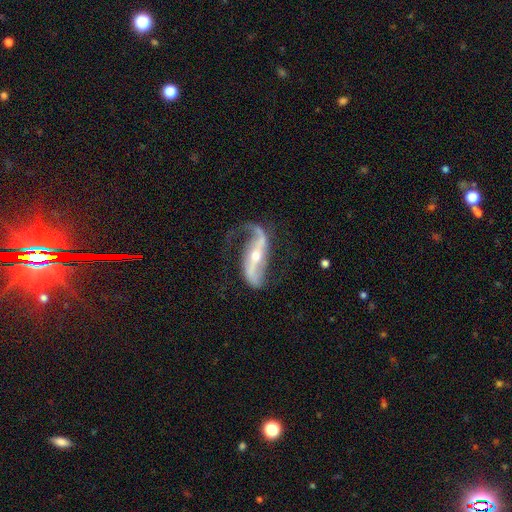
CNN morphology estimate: Smooth or featured?
  - featured or disk: 86% *
  - star or artifact: 8%
  - smooth: 6%
Edge-on disk?
  - no: 88% *
  - yes: 12%
Bar?
  - strong: 39% *
  - no: 38%
  - weak: 24%
Spiral arms?
  - yes: 94% *
  - no: 6%
Spiral winding?
  - loose: 61% *
  - medium: 28%
  - tight: 11%
Spiral arm count?
  - 2: 88% *
  - 1: 5%
  - can't tell: 3%
  - 3: 1%
  - 4: 1%
  - more than 4: 1%
Bulge size?
  - small: 52% *
  - moderate: 43%
  - large: 2%
  - none: 1%
  - dominant: 1%
Merging?
  - none: 60% *
  - minor disturbance: 19%
  - major disturbance: 17%
  - merger: 3%